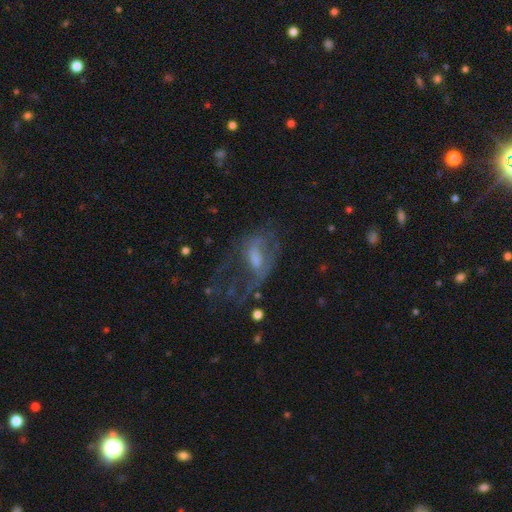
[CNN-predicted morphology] featured or disk 60%, smooth 27%, star or artifact 13%. Down the decision tree: edge-on disk — no (93%); bar — no (44%); spiral arms — no (55%); bulge size — moderate (40%); merging — major disturbance (50%).